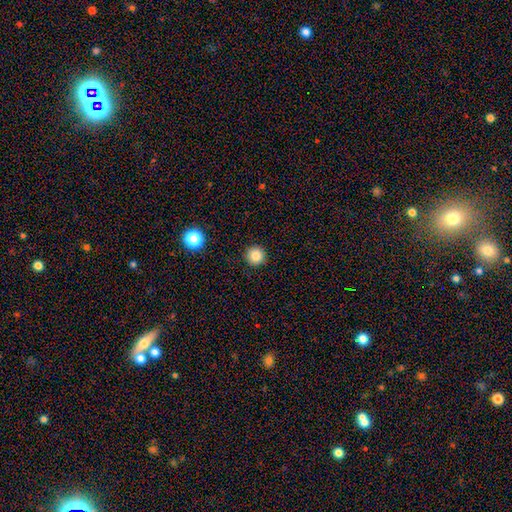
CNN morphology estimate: Overall: smooth (84%). How rounded: round (96%). Merging: none (93%).